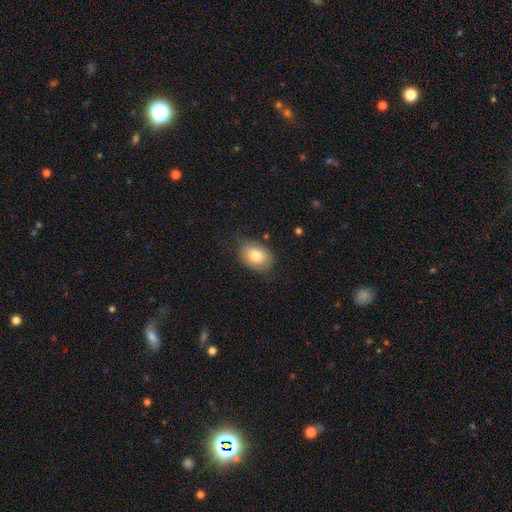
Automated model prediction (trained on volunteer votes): smooth 81%, featured or disk 12%, star or artifact 7%. Down the decision tree: how rounded — in between (78%); merging — none (76%).